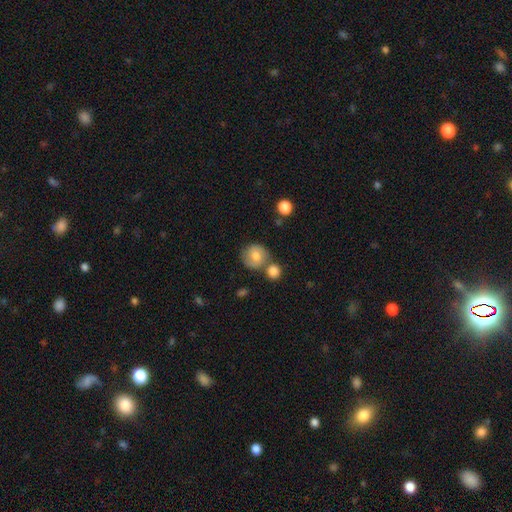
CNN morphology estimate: This is likely a smooth galaxy (66%). How rounded: clearly round (86%). Merging: possibly none (57%).